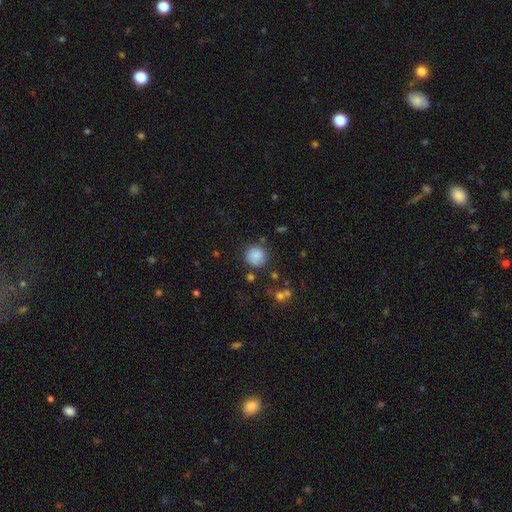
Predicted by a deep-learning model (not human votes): Q: Smooth or featured?
A: smooth (85%); runner-up: star or artifact (9%)
Q: How rounded?
A: round (90%); runner-up: in between (9%)
Q: Merging?
A: none (78%); runner-up: minor disturbance (14%)